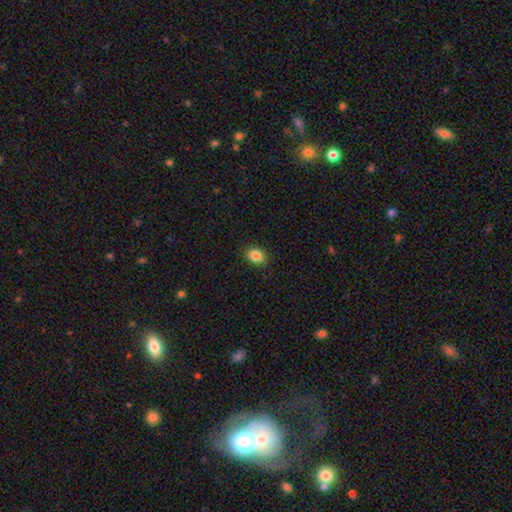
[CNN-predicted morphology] smooth_or_featured: smooth (p=0.86) [alt: star or artifact p=0.09]
how_rounded: in between (p=0.69) [alt: round p=0.30]
merging: none (p=0.89) [alt: minor disturbance p=0.08]